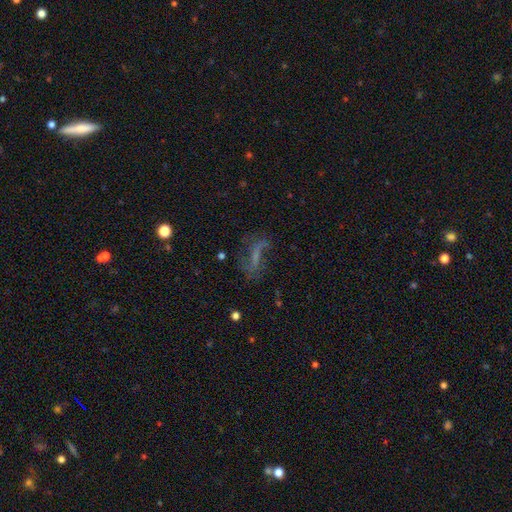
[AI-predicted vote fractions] Morphology: type=featured or disk (55%); edge-on=no (86%); merging=none (52%).